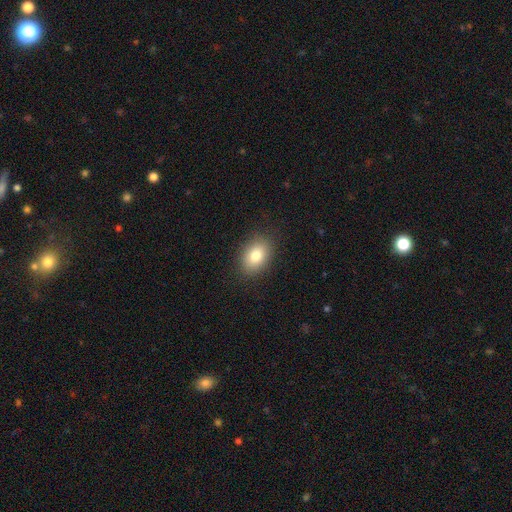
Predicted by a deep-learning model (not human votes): A smooth galaxy with no disk features (81%) that is in between round and cigar-shaped (83%).

Vote fractions:
- Smooth or featured? smooth: 81% / featured or disk: 10% / star or artifact: 9%
- How rounded? in between: 83% / round: 16% / cigar-shaped: 1%
- Merging? none: 87% / minor disturbance: 9% / major disturbance: 3% / merger: 1%